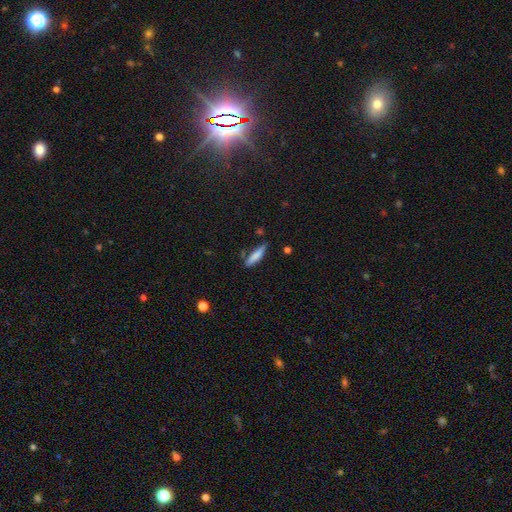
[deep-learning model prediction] Smooth or featured? smooth (78%)
How rounded? cigar-shaped (79%)
Merging? none (73%)